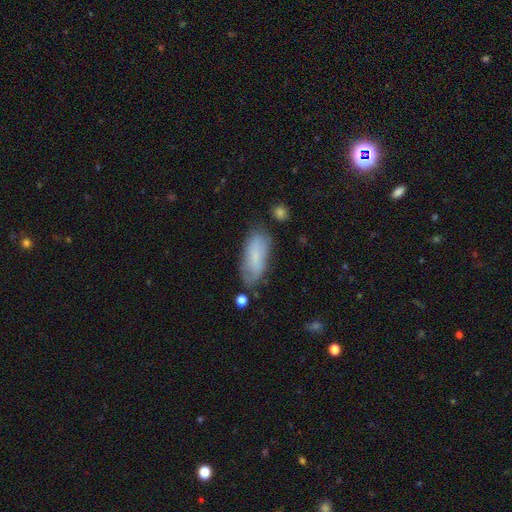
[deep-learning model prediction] Q: Smooth or featured?
A: smooth (71%); runner-up: featured or disk (21%)
Q: How rounded?
A: in between (80%); runner-up: cigar-shaped (18%)
Q: Merging?
A: none (66%); runner-up: minor disturbance (23%)